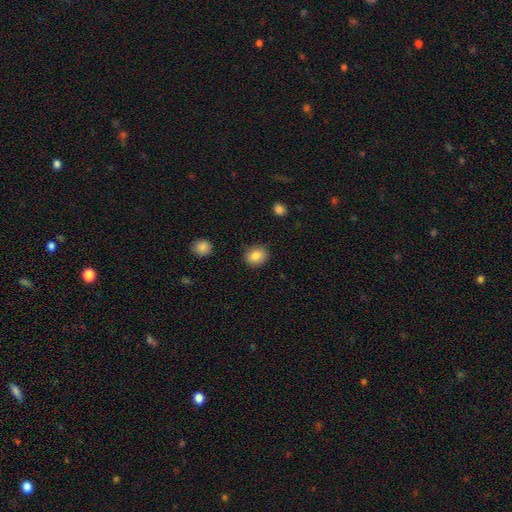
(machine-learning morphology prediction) type=smooth (85%); roundness=round (61%); merging=none (86%).